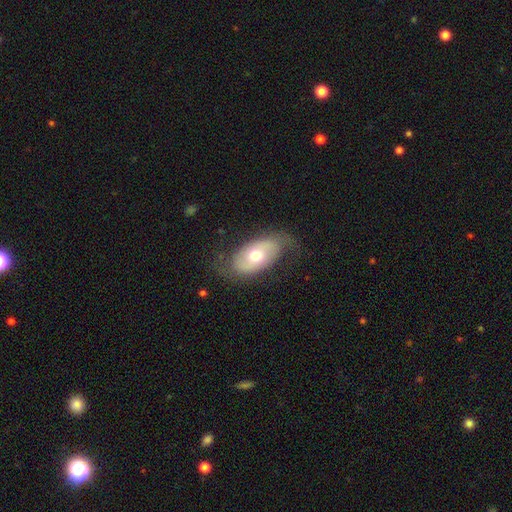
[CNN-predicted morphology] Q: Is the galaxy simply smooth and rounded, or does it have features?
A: smooth — 48%.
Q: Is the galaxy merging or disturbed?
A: none — 65%.